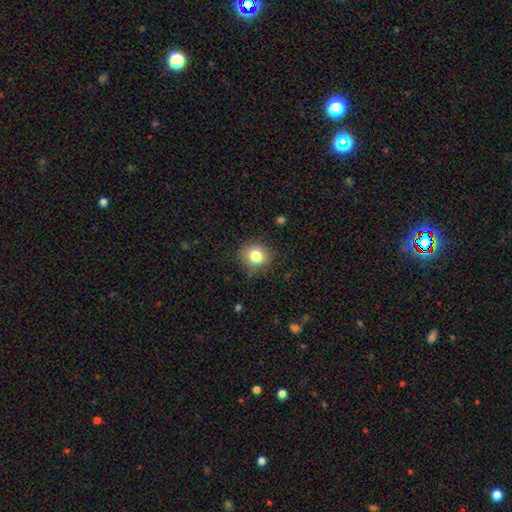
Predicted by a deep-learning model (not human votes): Morphology: type=smooth (80%); roundness=round (86%); merging=none (85%).